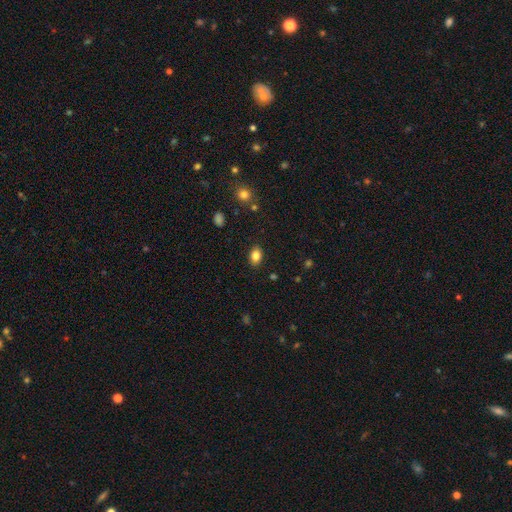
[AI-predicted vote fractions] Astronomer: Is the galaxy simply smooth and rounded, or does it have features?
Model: smooth — 83%.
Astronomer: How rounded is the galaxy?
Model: in between — 74%.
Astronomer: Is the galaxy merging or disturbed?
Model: none — 87%.